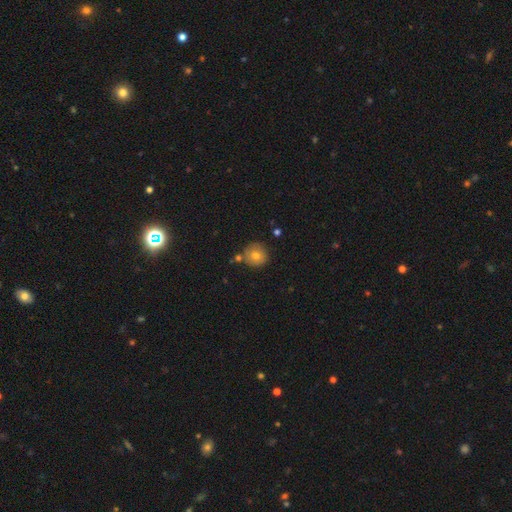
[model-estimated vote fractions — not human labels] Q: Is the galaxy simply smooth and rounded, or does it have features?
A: smooth — 75%.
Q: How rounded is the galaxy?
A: round — 93%.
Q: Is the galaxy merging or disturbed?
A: none — 76%.